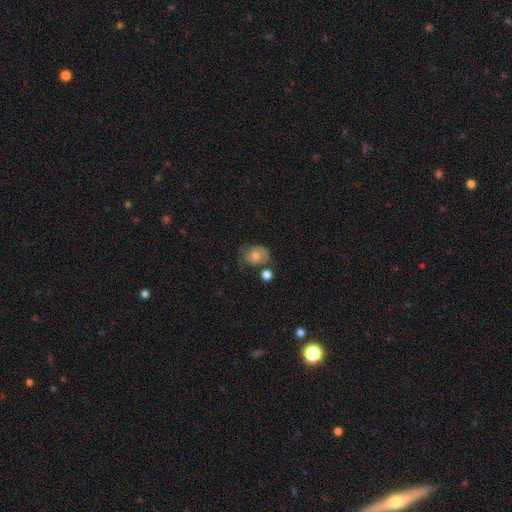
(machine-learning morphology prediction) Smooth or featured? Predicted: smooth (p=0.50). How rounded? Predicted: round (p=0.57). Merging? Predicted: none (p=0.47).